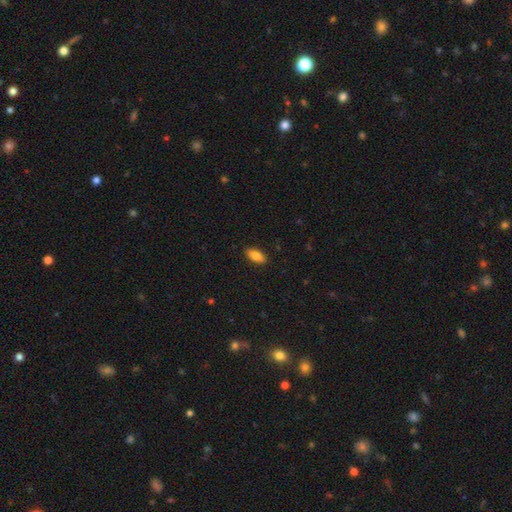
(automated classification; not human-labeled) Smooth or featured? Predicted: smooth (p=0.85). How rounded? Predicted: in between (p=0.86). Merging? Predicted: none (p=0.88).